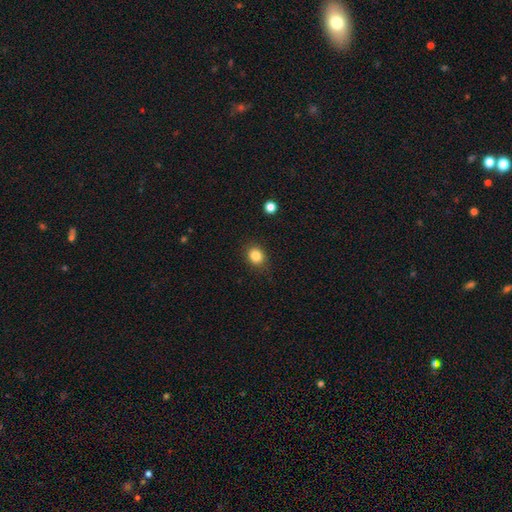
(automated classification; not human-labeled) Q: Smooth or featured?
A: smooth (84%); runner-up: star or artifact (11%)
Q: How rounded?
A: round (68%); runner-up: in between (31%)
Q: Merging?
A: none (85%); runner-up: minor disturbance (11%)